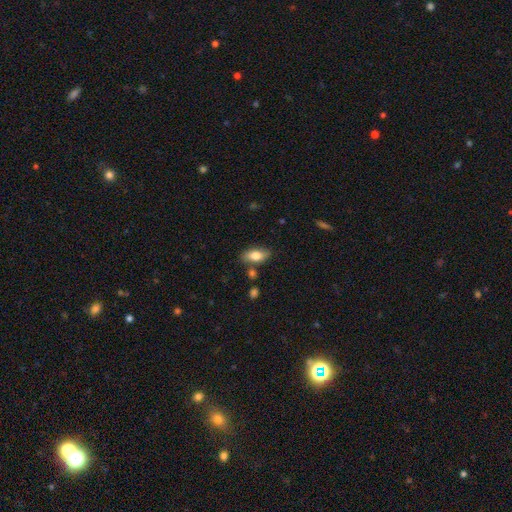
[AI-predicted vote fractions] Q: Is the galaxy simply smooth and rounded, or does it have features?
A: smooth — 80%.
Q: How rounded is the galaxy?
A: in between — 89%.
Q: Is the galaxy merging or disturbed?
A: none — 77%.